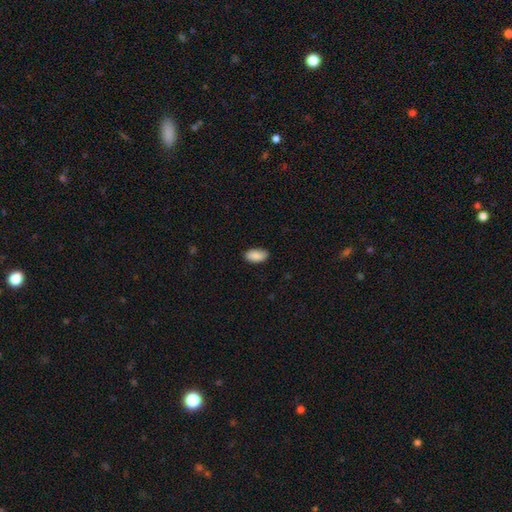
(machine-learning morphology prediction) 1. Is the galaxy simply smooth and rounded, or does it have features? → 89% smooth, 6% star or artifact, 4% featured or disk.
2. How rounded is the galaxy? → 94% in between, 3% cigar-shaped, 3% round.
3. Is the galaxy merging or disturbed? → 86% none, 11% minor disturbance, 2% major disturbance, 1% merger.